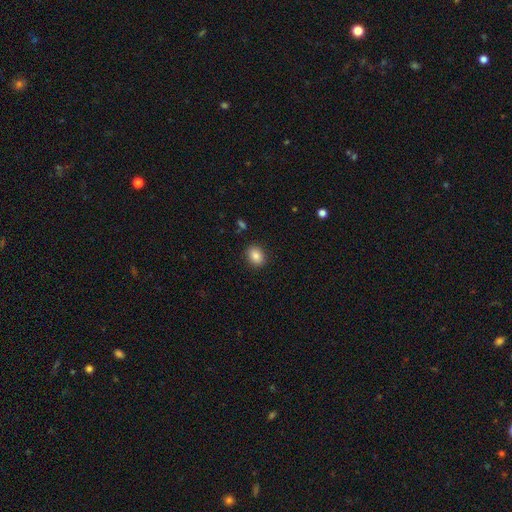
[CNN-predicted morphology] Smooth or featured: smooth — 85% (star or artifact — 9%)
How rounded: in between — 52% (round — 47%)
Merging: none — 89% (minor disturbance — 8%)